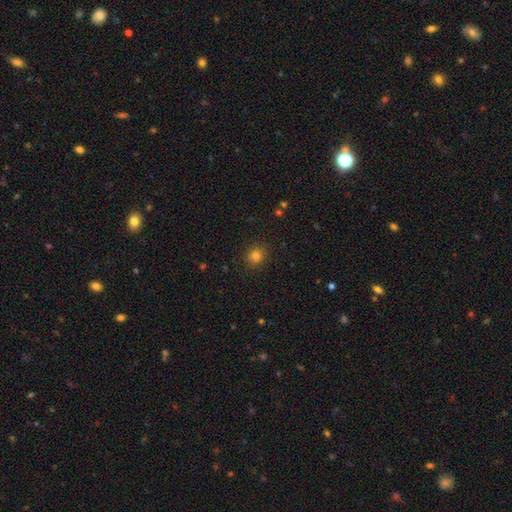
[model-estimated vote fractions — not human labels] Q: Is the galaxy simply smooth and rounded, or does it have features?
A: smooth — 80%.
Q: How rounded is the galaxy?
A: round — 83%.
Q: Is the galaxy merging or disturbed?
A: none — 90%.